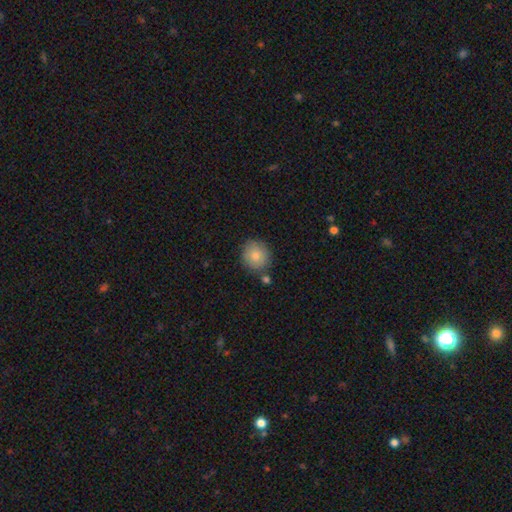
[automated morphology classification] type=smooth (82%); roundness=round (85%); merging=none (78%).